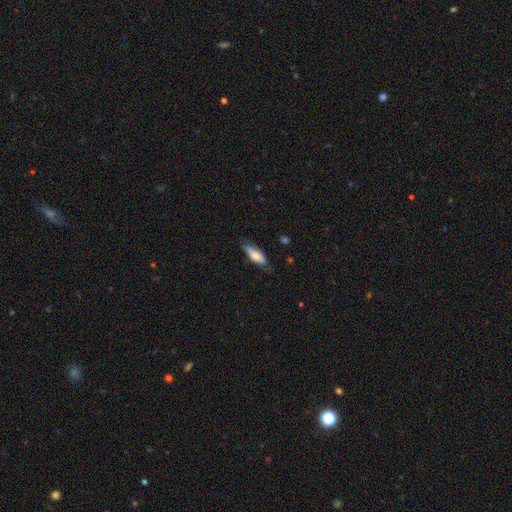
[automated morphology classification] The model was most divided on "how rounded": in between: 61%, cigar-shaped: 37%, round: 2%. More confident: merging — none (70%); smooth or featured — smooth (70%).